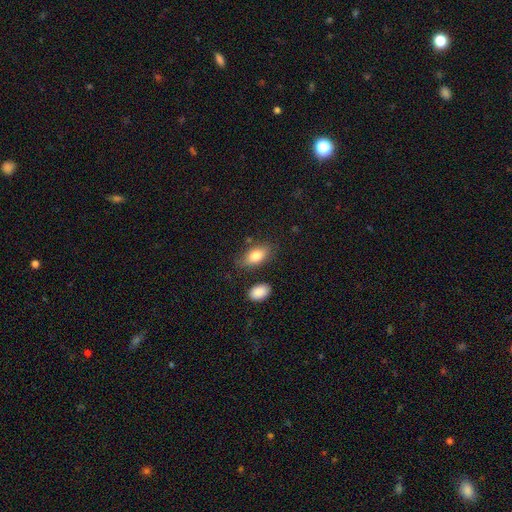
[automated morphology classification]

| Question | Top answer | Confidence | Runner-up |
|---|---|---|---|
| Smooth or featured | smooth | 81% | featured or disk (12%) |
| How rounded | in between | 89% | round (6%) |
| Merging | none | 76% | minor disturbance (15%) |